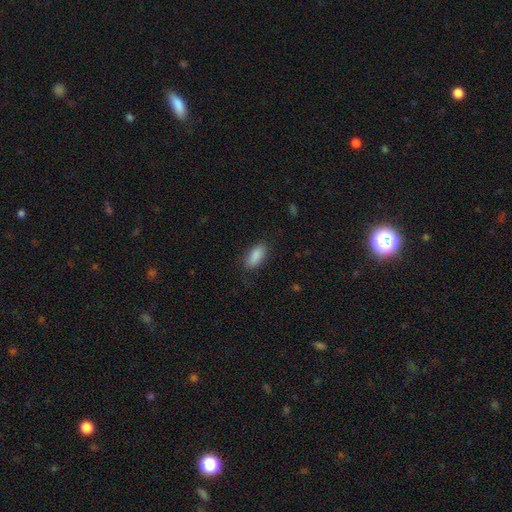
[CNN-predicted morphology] Q: Smooth or featured?
A: smooth (88%); runner-up: star or artifact (7%)
Q: How rounded?
A: in between (87%); runner-up: cigar-shaped (10%)
Q: Merging?
A: none (79%); runner-up: minor disturbance (15%)